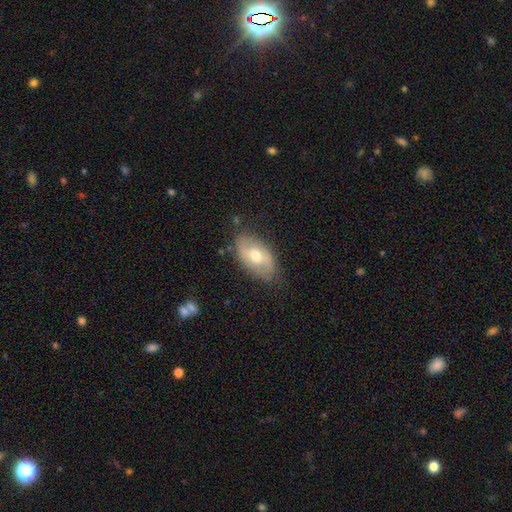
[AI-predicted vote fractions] A featured or disk galaxy (47%). Merging: none (78%).